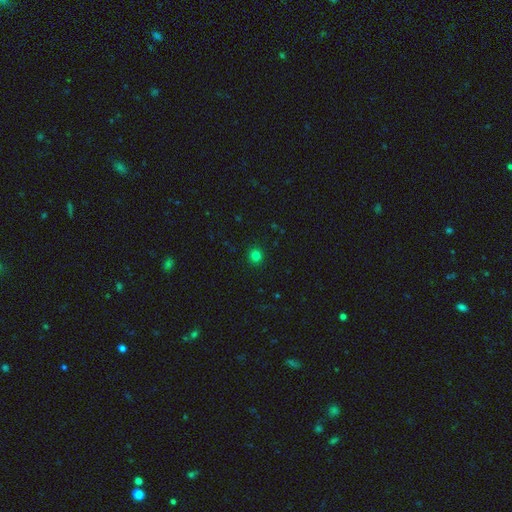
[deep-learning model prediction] This appears to be a smooth galaxy with no disk features (80%) that is round (90%). Merging: none (92%).